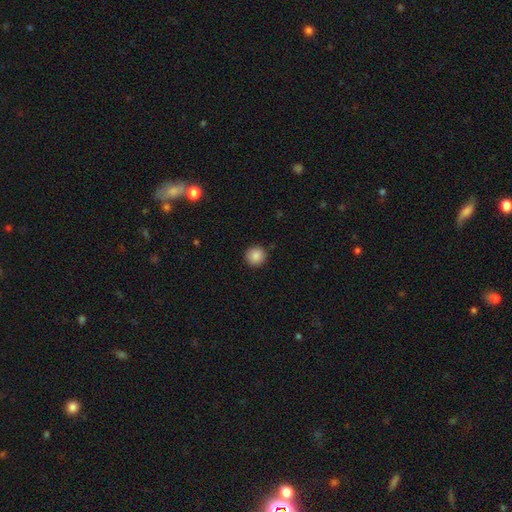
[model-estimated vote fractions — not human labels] A smooth galaxy with no disk features (88%) that is round (94%).

Vote fractions:
- Smooth or featured? smooth: 88% / star or artifact: 9% / featured or disk: 3%
- How rounded? round: 94% / in between: 5% / cigar-shaped: 1%
- Merging? none: 91% / minor disturbance: 6% / major disturbance: 2% / merger: 1%